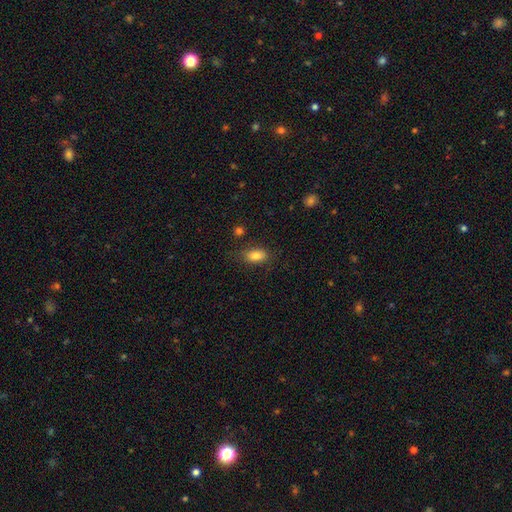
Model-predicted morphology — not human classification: type=smooth (83%); roundness=in between (88%); merging=none (77%).